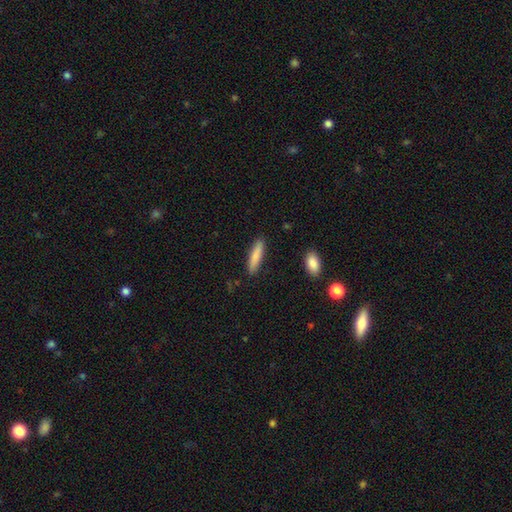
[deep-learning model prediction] Q: Smooth or featured?
A: smooth (83%); runner-up: featured or disk (12%)
Q: How rounded?
A: cigar-shaped (80%); runner-up: in between (18%)
Q: Merging?
A: none (89%); runner-up: minor disturbance (8%)